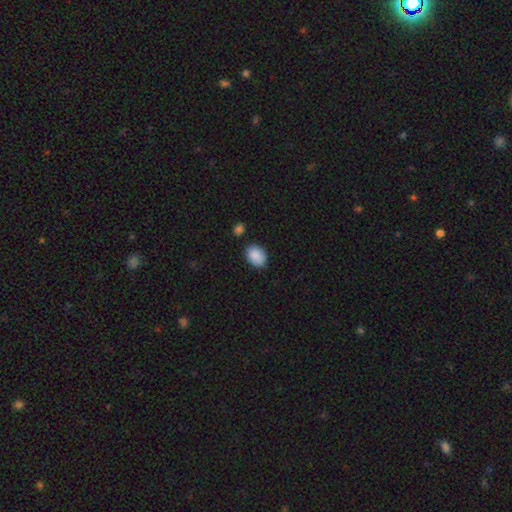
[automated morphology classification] Smooth or featured? Predicted: smooth (p=0.89). How rounded? Predicted: in between (p=0.75). Merging? Predicted: none (p=0.81).